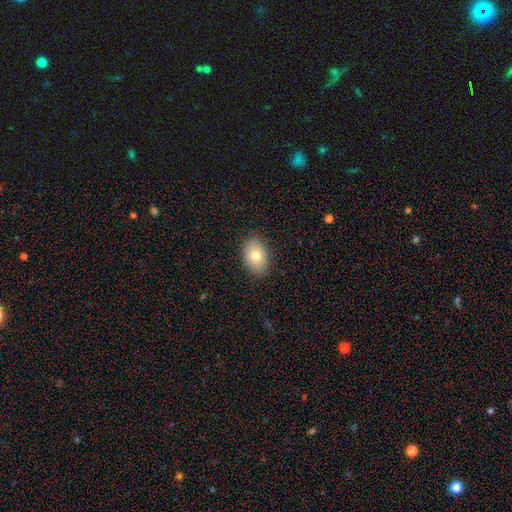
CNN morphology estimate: Smooth or featured? Predicted: smooth (p=0.77). How rounded? Predicted: in between (p=0.82). Merging? Predicted: none (p=0.86).